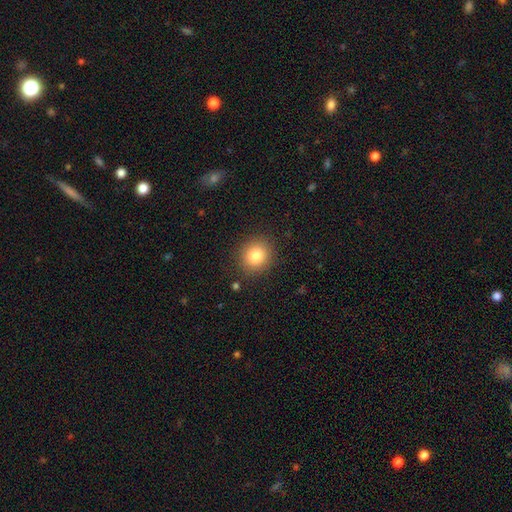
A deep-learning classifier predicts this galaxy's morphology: type=smooth (82%); roundness=round (82%); merging=none (88%).